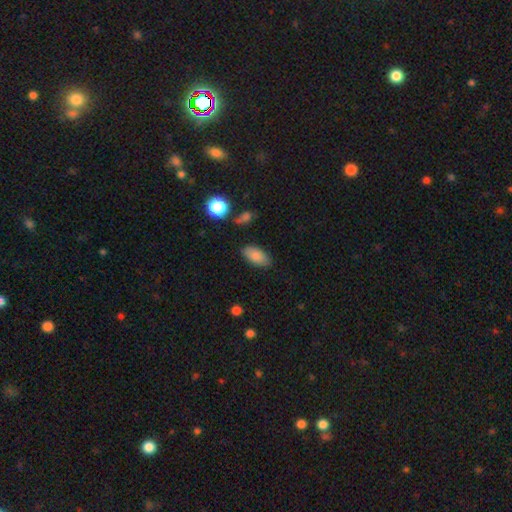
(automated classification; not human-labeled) The model was most divided on "merging": none: 83%, minor disturbance: 12%, major disturbance: 3%, merger: 2%. More confident: how rounded — in between (91%); smooth or featured — smooth (84%).